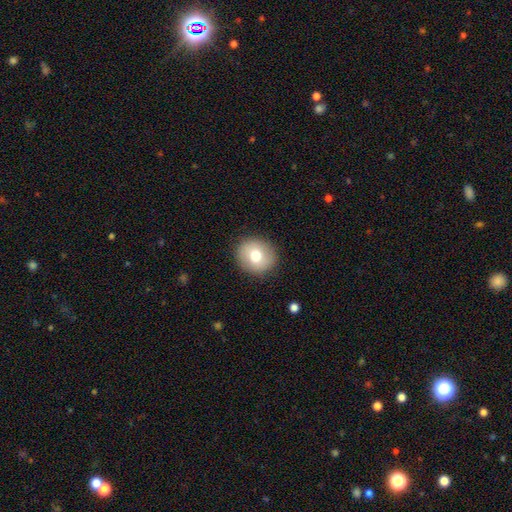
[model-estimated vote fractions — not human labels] Morphology: type=smooth (74%); roundness=round (84%); merging=none (89%).